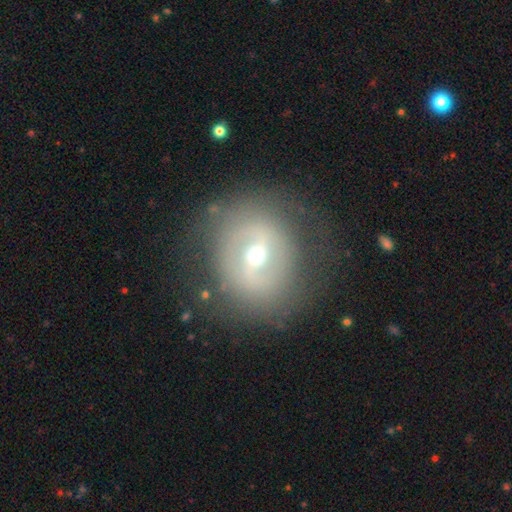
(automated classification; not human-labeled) This appears to be a featured or disk galaxy (72%) with a weak bar (45%), spiral arms (64%) and a small central bulge (54%). Merging: none (77%).